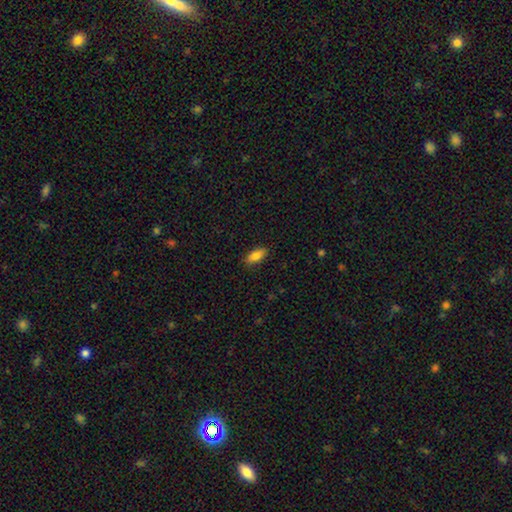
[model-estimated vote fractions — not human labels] Q: Smooth or featured?
A: smooth (81%); runner-up: featured or disk (11%)
Q: How rounded?
A: in between (81%); runner-up: cigar-shaped (17%)
Q: Merging?
A: none (87%); runner-up: minor disturbance (10%)